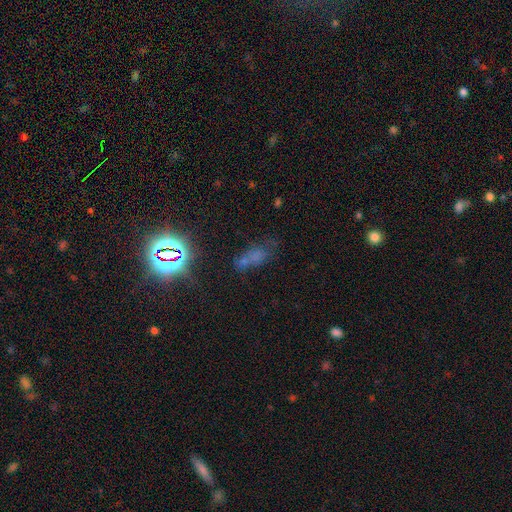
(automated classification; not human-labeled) A smooth galaxy with no disk features (44%).

Vote fractions:
- Smooth or featured? smooth: 44% / star or artifact: 40% / featured or disk: 16%
- Merging? none: 46% / merger: 23% / minor disturbance: 18% / major disturbance: 13%